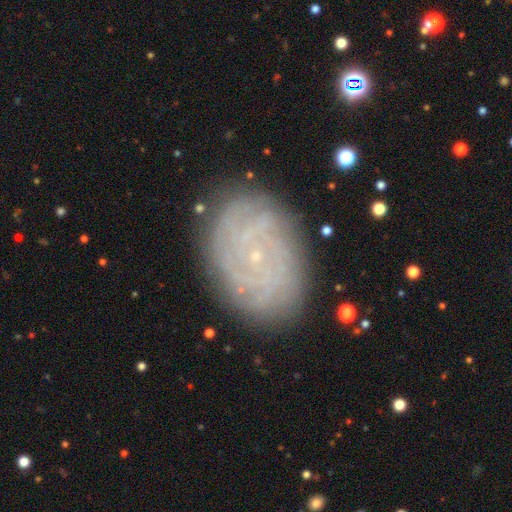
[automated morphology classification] Overall: featured or disk (77%). Edge-on disk: no (97%). Bar: no (79%). Spiral arms: yes (94%). Spiral arm count: can't tell (34%; more than 4 19%). Spiral winding: tight (77%). Bulge size: small (90%). Merging: none (84%).